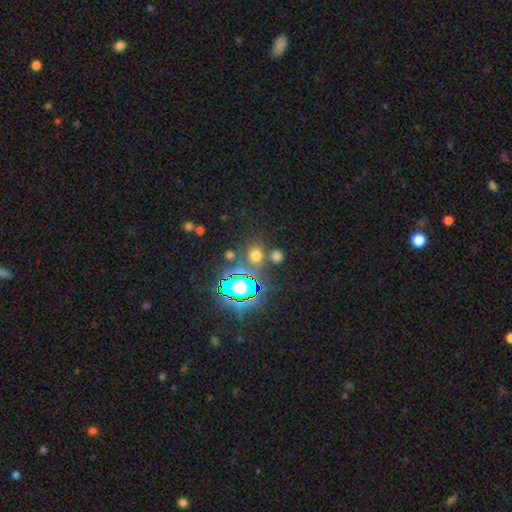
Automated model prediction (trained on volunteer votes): A smooth galaxy with no disk features (58%) that is round (78%). Merging: none (77%).